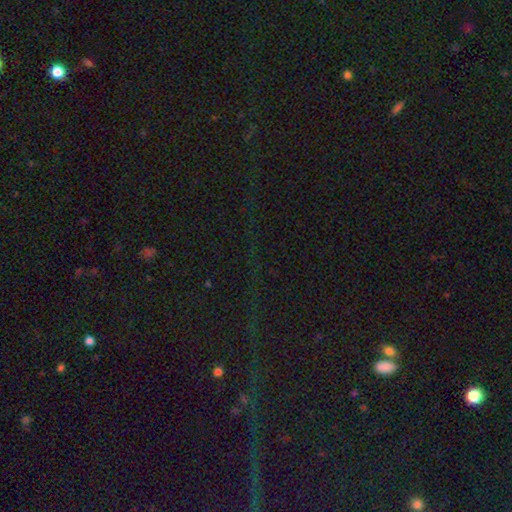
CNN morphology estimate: Smooth or featured: star or artifact — 79% (smooth — 13%)